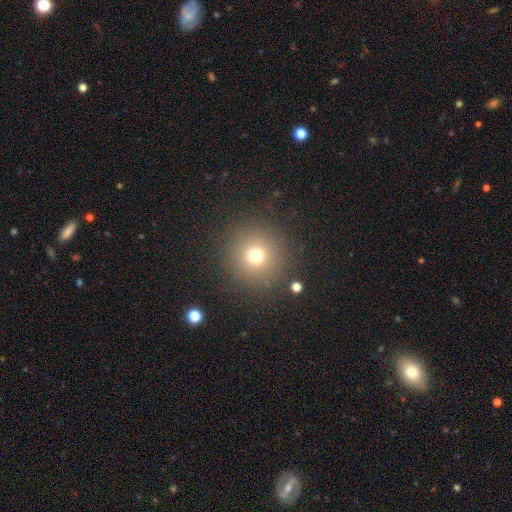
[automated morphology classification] smooth 71%, star or artifact 19%, featured or disk 10%. Down the decision tree: how rounded — round (95%); merging — none (87%).